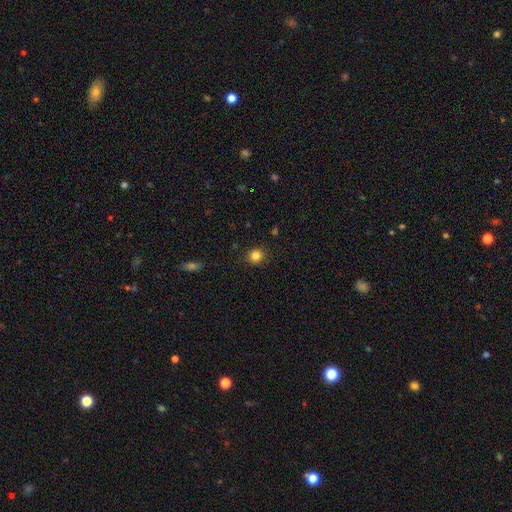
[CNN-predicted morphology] smooth-or-featured: smooth: 84% | star or artifact: 12% | featured or disk: 5%
  how-rounded: round: 86% | in between: 13% | cigar-shaped: 1%
  merging: none: 89% | minor disturbance: 8% | major disturbance: 2% | merger: 1%